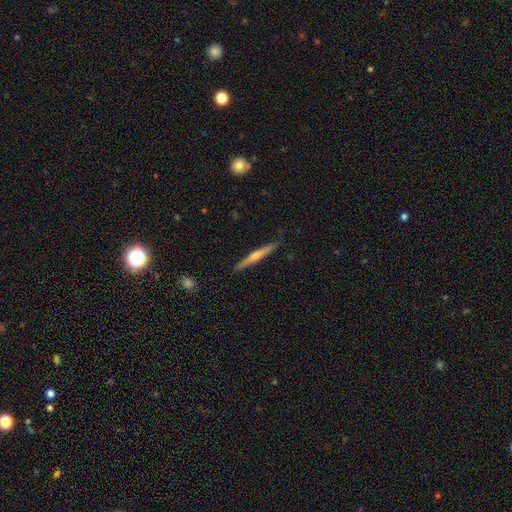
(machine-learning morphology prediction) type=featured or disk (68%); edge-on=yes (97%); edge-on bulge=rounded (73%); merging=none (90%).